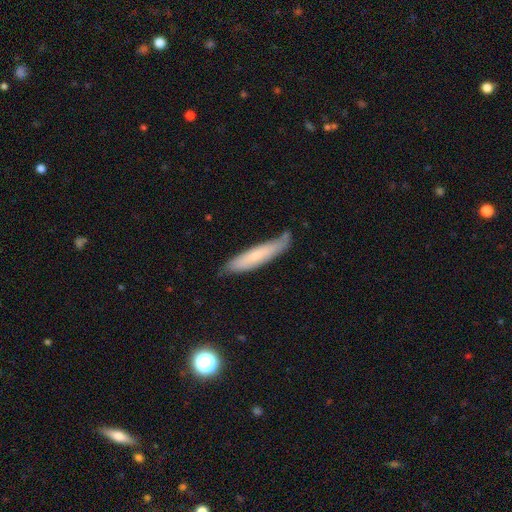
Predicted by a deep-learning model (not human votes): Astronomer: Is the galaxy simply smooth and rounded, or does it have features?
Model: smooth — 66%.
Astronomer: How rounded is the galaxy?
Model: cigar-shaped — 85%.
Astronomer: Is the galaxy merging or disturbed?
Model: none — 70%.